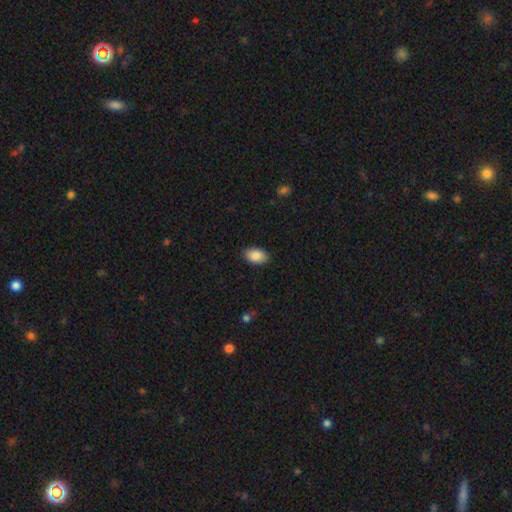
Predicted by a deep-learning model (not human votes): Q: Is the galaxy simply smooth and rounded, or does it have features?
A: smooth — 88%.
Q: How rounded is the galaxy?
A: in between — 91%.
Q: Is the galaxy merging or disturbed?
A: none — 88%.